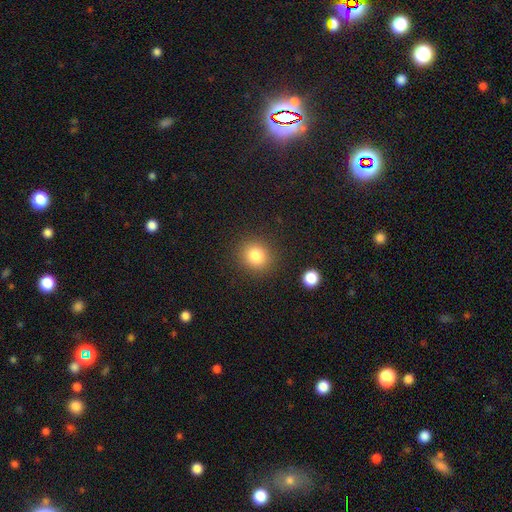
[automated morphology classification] smooth-or-featured: smooth: 81% | star or artifact: 12% | featured or disk: 7%
  how-rounded: round: 84% | in between: 15% | cigar-shaped: 1%
  merging: none: 88% | minor disturbance: 7% | major disturbance: 3% | merger: 2%